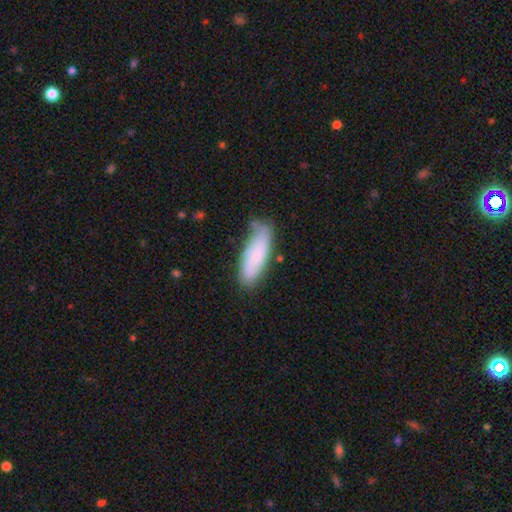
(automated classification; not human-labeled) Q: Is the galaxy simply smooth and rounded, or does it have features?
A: smooth — 72%.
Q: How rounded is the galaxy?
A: in between — 51%.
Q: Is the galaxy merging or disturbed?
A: none — 61%.